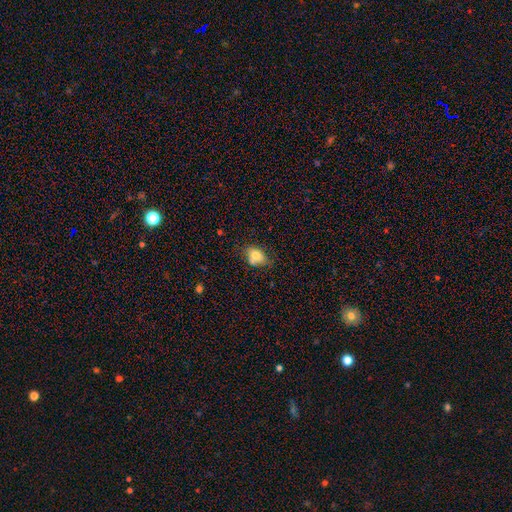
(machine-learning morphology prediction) Smooth or featured? smooth (76%)
How rounded? in between (73%)
Merging? none (53%)